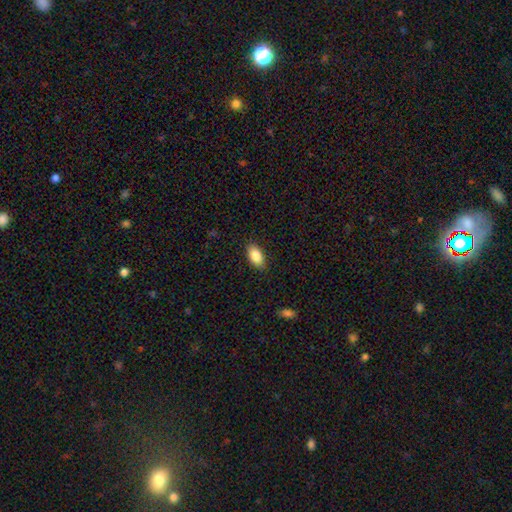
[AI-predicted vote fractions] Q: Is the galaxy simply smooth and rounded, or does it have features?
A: smooth — 88%.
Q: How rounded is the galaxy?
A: in between — 92%.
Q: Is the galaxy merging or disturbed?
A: none — 88%.